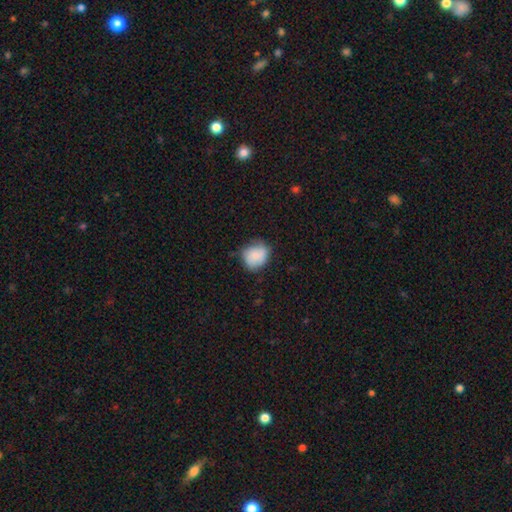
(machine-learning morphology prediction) Smooth or featured? Predicted: smooth (p=0.80). How rounded? Predicted: round (p=0.69). Merging? Predicted: none (p=0.61).